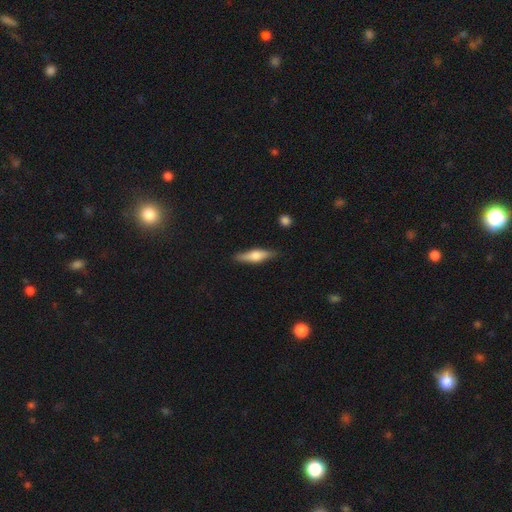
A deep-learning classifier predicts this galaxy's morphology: smooth_or_featured: smooth (p=0.48) [alt: featured or disk p=0.46]
merging: none (p=0.85) [alt: minor disturbance p=0.11]